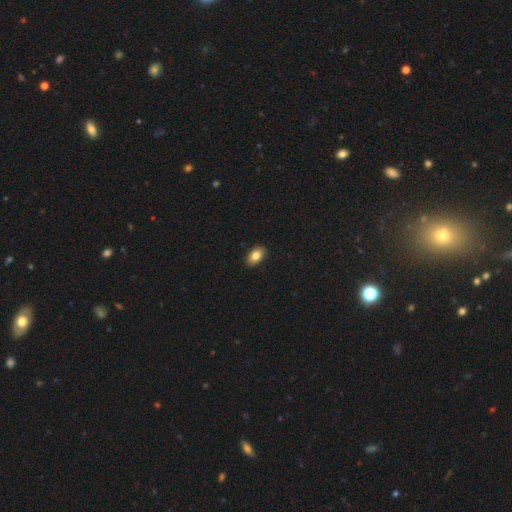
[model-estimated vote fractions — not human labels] smooth_or_featured: smooth (p=0.84) [alt: featured or disk p=0.09]
how_rounded: in between (p=0.91) [alt: round p=0.07]
merging: none (p=0.90) [alt: minor disturbance p=0.08]